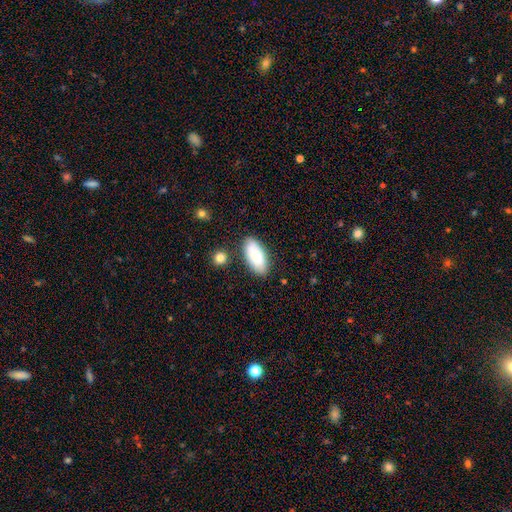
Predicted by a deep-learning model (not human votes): Overall: smooth (82%). How rounded: in between (90%). Merging: none (81%).